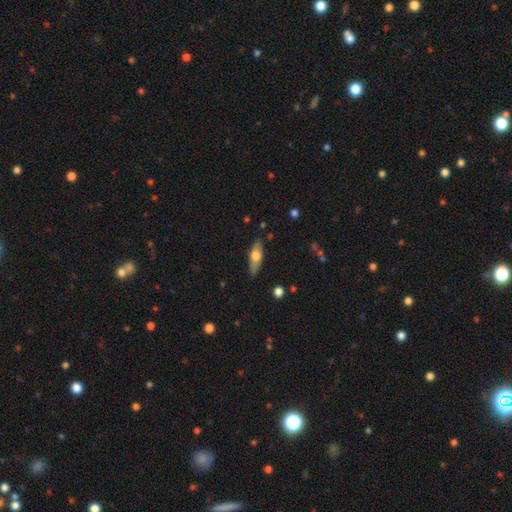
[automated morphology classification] smooth-or-featured: smooth: 54% | featured or disk: 40% | star or artifact: 6%
  how-rounded: in between: 51% | cigar-shaped: 46% | round: 3%
  merging: none: 84% | minor disturbance: 12% | major disturbance: 2% | merger: 2%